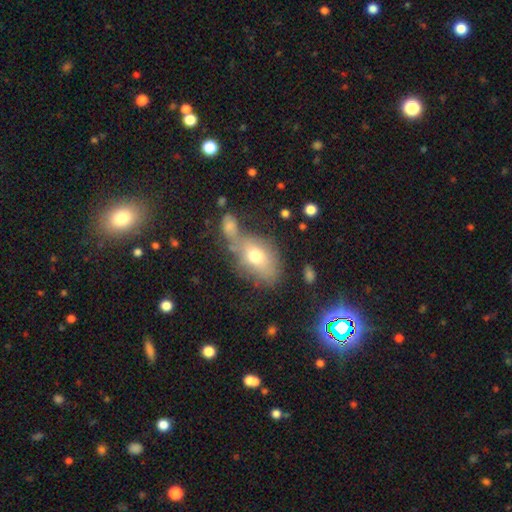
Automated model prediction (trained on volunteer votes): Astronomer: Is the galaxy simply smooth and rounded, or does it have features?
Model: smooth — 67%.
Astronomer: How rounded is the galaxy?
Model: in between — 81%.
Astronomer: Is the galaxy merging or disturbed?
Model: none — 38% (runner-up: merger, 31%).